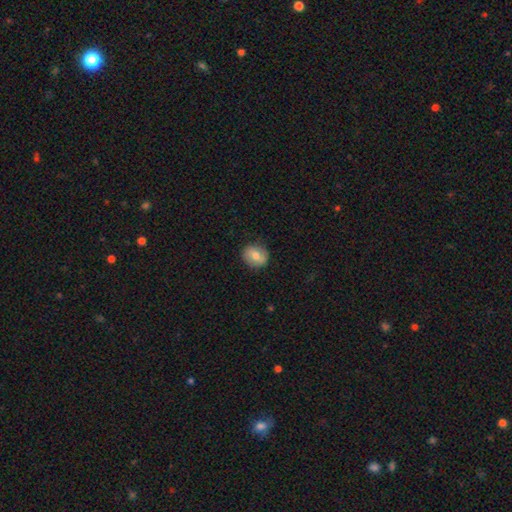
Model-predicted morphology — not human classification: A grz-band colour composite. It shows a smooth galaxy with no disk features (69%) that is round (72%). Merging: none (84%).